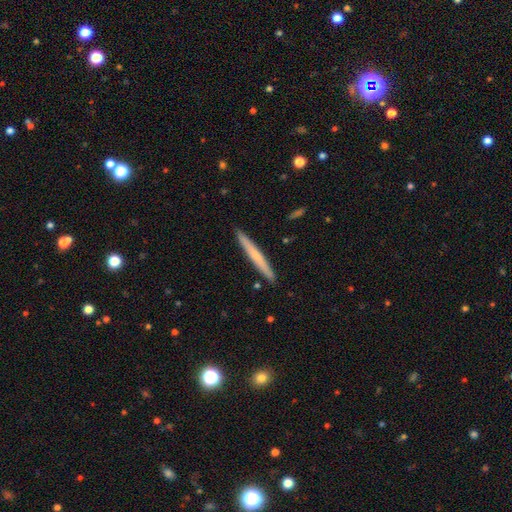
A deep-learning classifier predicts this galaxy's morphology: A smooth galaxy with no disk features (53%) that is cigar-shaped (97%).

Vote fractions:
- Smooth or featured? smooth: 53% / featured or disk: 41% / star or artifact: 6%
- How rounded? cigar-shaped: 97% / in between: 2% / round: 1%
- Merging? none: 92% / minor disturbance: 6% / major disturbance: 1% / merger: 1%